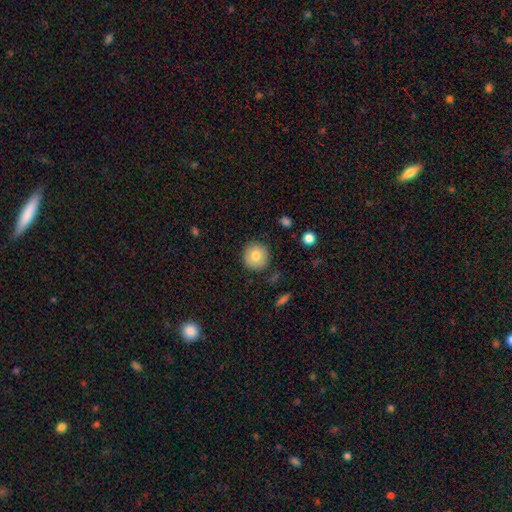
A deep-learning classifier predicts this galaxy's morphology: smooth-or-featured: smooth: 77% | featured or disk: 14% | star or artifact: 9%
  how-rounded: round: 94% | in between: 5% | cigar-shaped: 1%
  merging: none: 86% | minor disturbance: 9% | major disturbance: 3% | merger: 2%